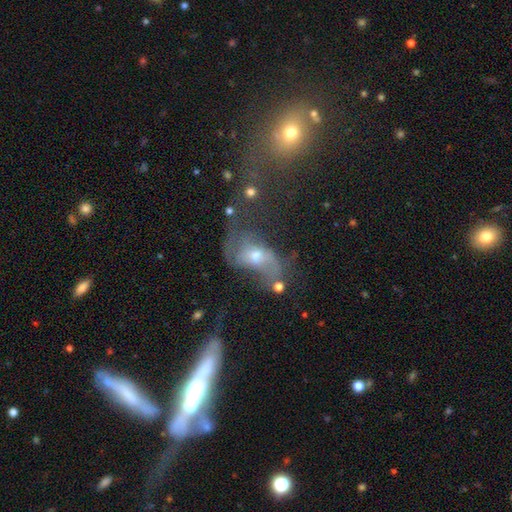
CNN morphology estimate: This appears to be a featured or disk galaxy (65%) with no bar (62%), spiral arms (75%) and a moderate central bulge (58%). Merging: none (35%).